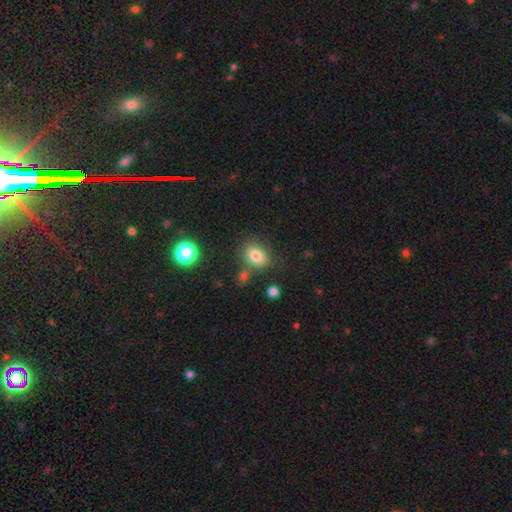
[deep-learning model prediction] Smooth or featured?
  - smooth: 80% *
  - star or artifact: 11%
  - featured or disk: 9%
How rounded?
  - in between: 72% *
  - round: 26%
  - cigar-shaped: 1%
Merging?
  - none: 69% *
  - minor disturbance: 15%
  - merger: 10%
  - major disturbance: 5%